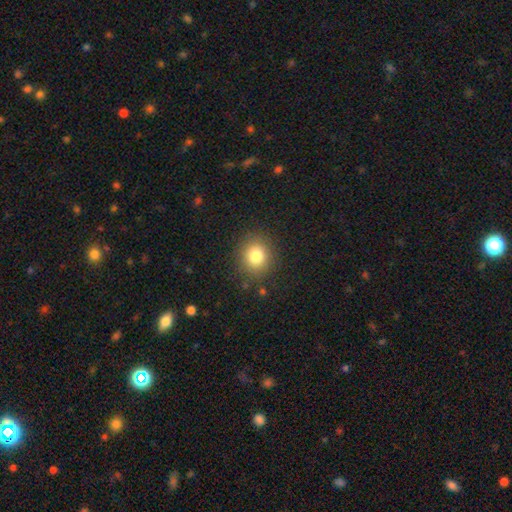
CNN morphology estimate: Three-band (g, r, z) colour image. It shows a smooth galaxy with no disk features (80%) that is round (79%). Merging: none (87%).